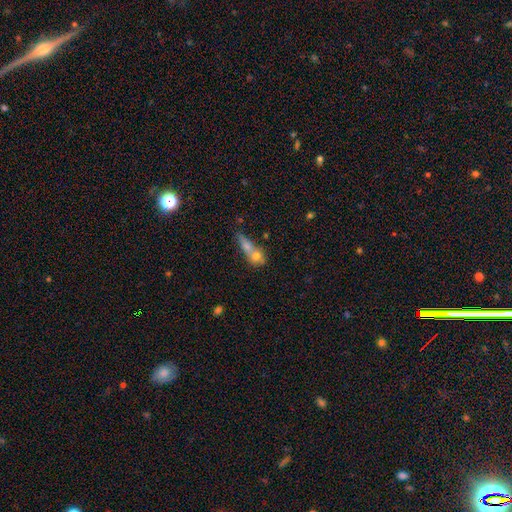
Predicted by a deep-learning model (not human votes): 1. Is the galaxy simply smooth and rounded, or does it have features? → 66% smooth, 24% featured or disk, 11% star or artifact.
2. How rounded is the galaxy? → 45% round, 38% in between, 17% cigar-shaped.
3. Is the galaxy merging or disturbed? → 61% merger, 22% none, 9% minor disturbance, 8% major disturbance.